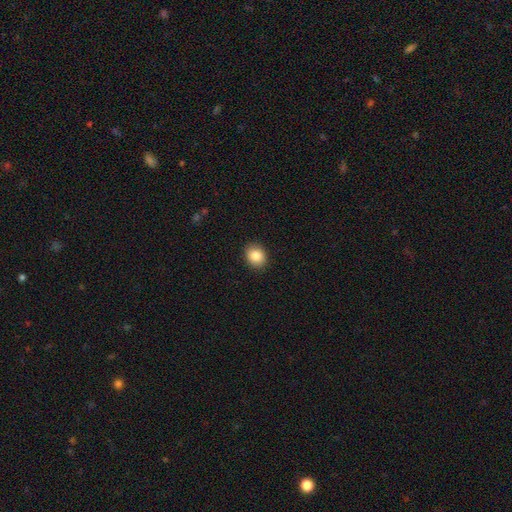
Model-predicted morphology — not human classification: This is clearly a smooth galaxy (86%). How rounded: possibly round (59%). Merging: clearly none (90%).